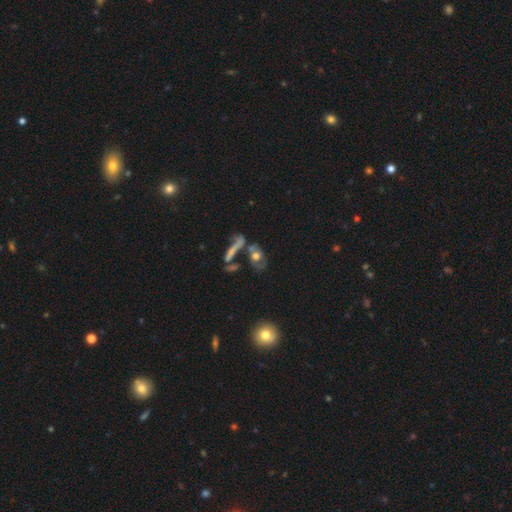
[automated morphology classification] smooth-or-featured: smooth: 46% | featured or disk: 43% | star or artifact: 11%
  merging: none: 39% | merger: 30% | minor disturbance: 16% | major disturbance: 15%